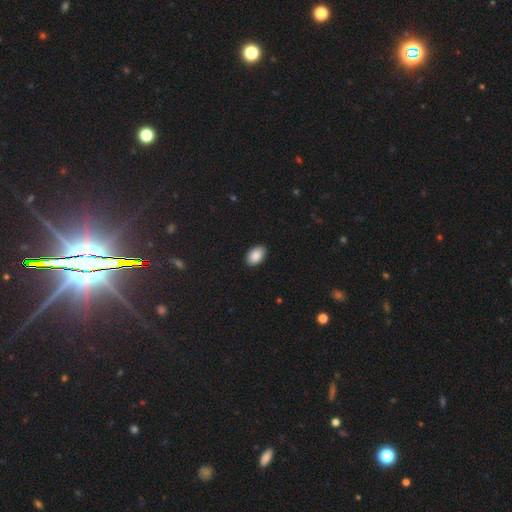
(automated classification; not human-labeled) Morphology: type=smooth (89%); roundness=in between (91%); merging=none (89%).